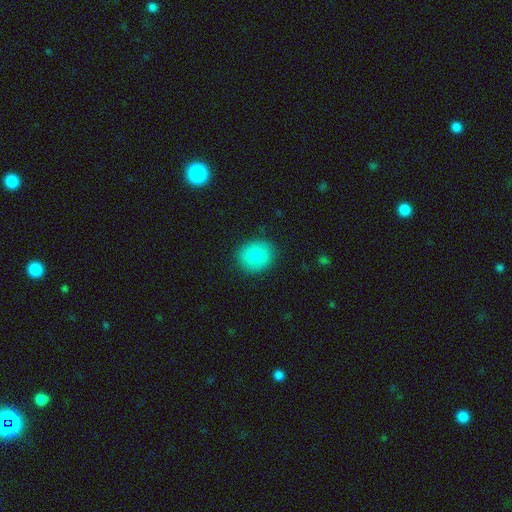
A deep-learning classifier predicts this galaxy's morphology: Smooth or featured: smooth — 86% (star or artifact — 7%)
How rounded: round — 68% (in between — 30%)
Merging: none — 86% (minor disturbance — 10%)